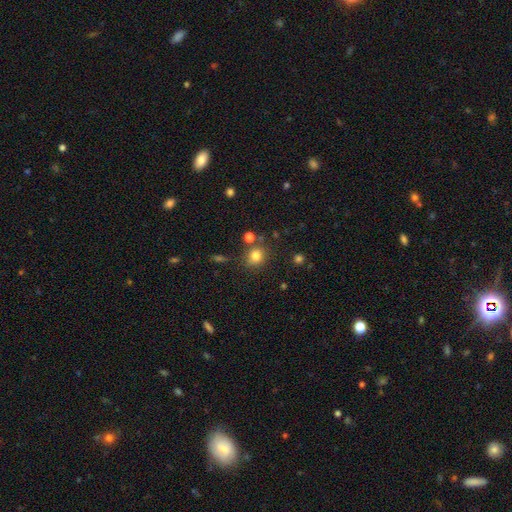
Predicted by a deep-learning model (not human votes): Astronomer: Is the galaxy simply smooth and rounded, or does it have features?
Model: smooth — 80%.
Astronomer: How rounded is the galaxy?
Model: round — 77%.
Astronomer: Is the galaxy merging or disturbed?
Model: none — 74%.